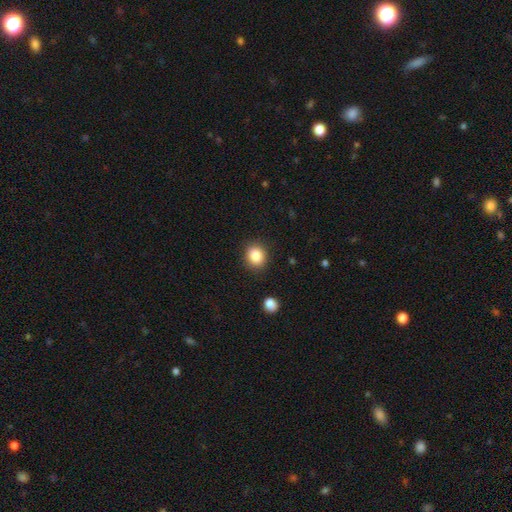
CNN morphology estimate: This appears to be a smooth galaxy with no disk features (86%) that is round (75%). Merging: none (88%).